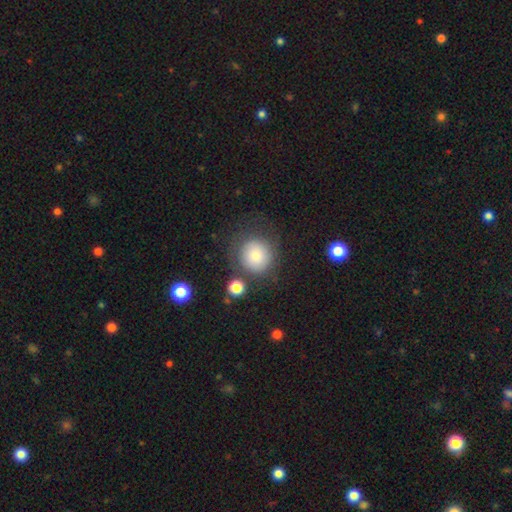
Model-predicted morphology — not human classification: smooth_or_featured: smooth (p=0.77) [alt: featured or disk p=0.14]
how_rounded: round (p=0.91) [alt: in between p=0.08]
merging: none (p=0.69) [alt: minor disturbance p=0.15]